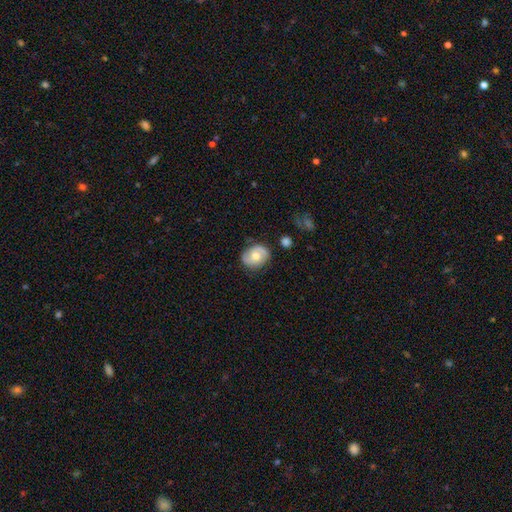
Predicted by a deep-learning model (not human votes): Overall: featured or disk (57%; smooth 36%). Edge-on disk: no (97%). Bar: no (64%; weak 30%). Spiral arms: yes (84%). Bulge size: moderate (71%). Merging: none (78%).